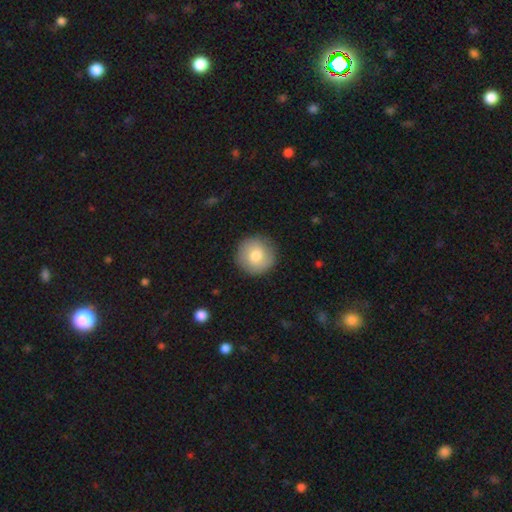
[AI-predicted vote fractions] Overall: smooth (75%). How rounded: round (95%). Merging: none (89%).